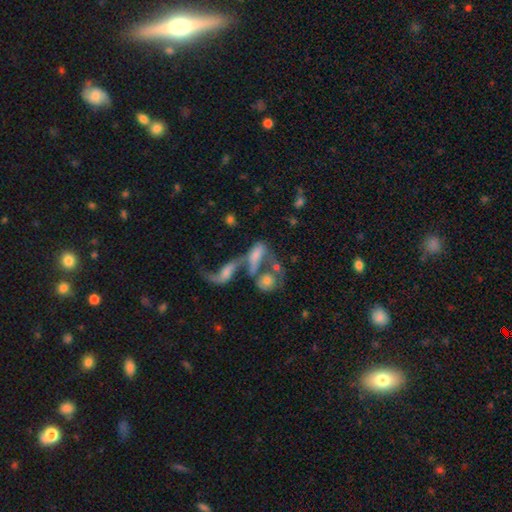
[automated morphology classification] type=featured or disk (53%); edge-on=no (89%); merging=merger (55%).